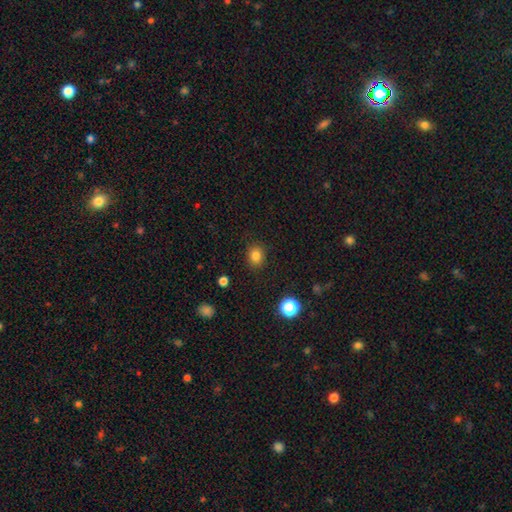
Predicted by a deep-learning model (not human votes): Morphology: type=smooth (83%); roundness=round (65%); merging=none (88%).